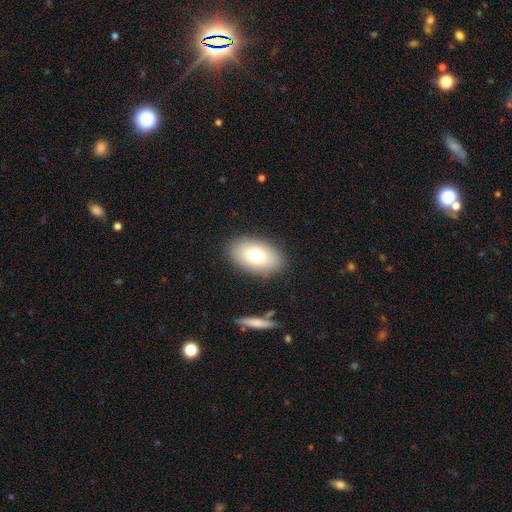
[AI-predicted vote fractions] Q: Smooth or featured?
A: smooth (74%); runner-up: featured or disk (17%)
Q: How rounded?
A: in between (89%); runner-up: round (9%)
Q: Merging?
A: none (86%); runner-up: minor disturbance (9%)